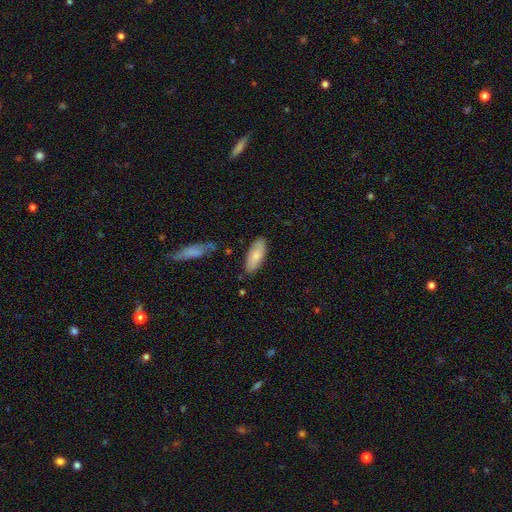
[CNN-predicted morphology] Smooth or featured?
  - smooth: 80% *
  - featured or disk: 15%
  - star or artifact: 6%
How rounded?
  - in between: 80% *
  - cigar-shaped: 18%
  - round: 2%
Merging?
  - none: 80% *
  - minor disturbance: 15%
  - merger: 3%
  - major disturbance: 3%